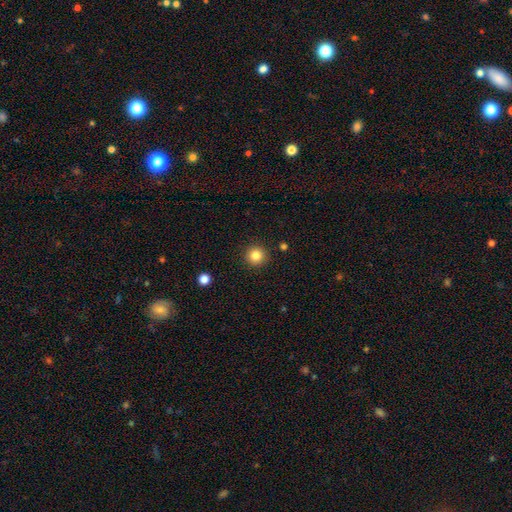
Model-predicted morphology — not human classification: Smooth or featured? smooth (84%)
How rounded? round (95%)
Merging? none (91%)